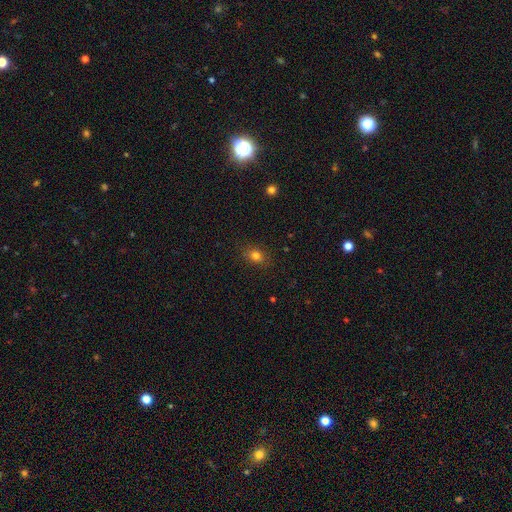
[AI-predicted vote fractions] smooth-or-featured: smooth: 79% | star or artifact: 14% | featured or disk: 8%
  how-rounded: in between: 56% | round: 42% | cigar-shaped: 2%
  merging: none: 84% | minor disturbance: 12% | major disturbance: 3% | merger: 1%